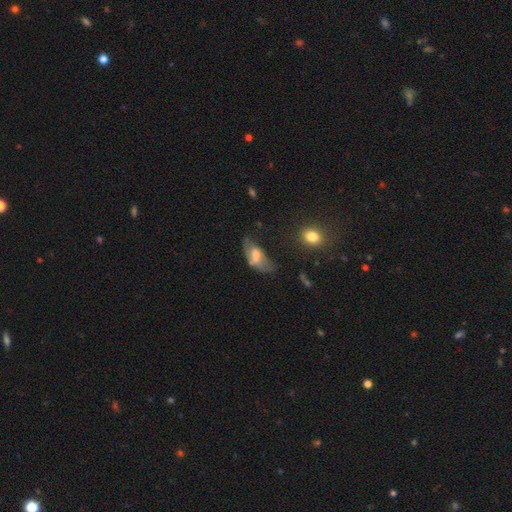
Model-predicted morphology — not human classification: A smooth galaxy with no disk features (47%).

Vote fractions:
- Smooth or featured? smooth: 47% / featured or disk: 43% / star or artifact: 9%
- Merging? none: 35% / minor disturbance: 32% / major disturbance: 27% / merger: 6%